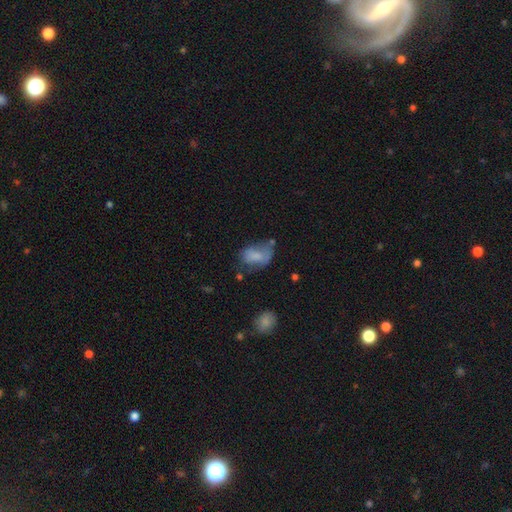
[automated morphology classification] A smooth galaxy with no disk features (69%) that is in between round and cigar-shaped (86%). Merging: none (34%).